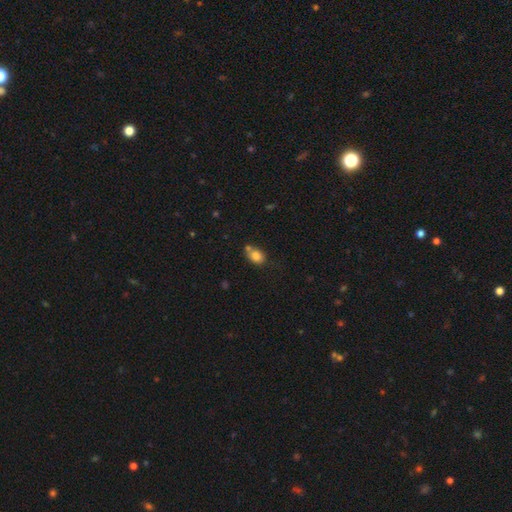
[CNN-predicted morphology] This is clearly a smooth galaxy (82%). How rounded: likely in between (61%). Merging: possibly none (51%).